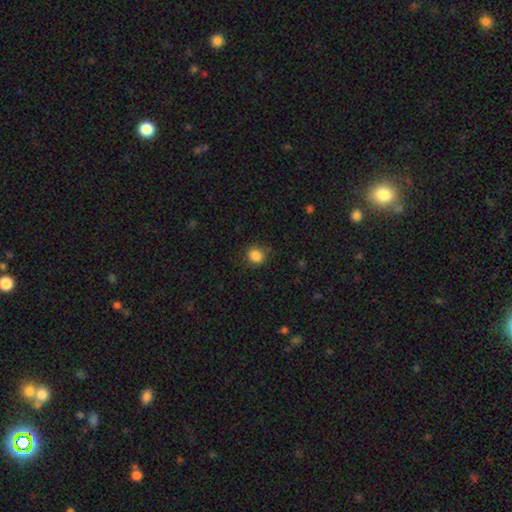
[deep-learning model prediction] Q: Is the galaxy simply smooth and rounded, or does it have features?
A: smooth — 86%.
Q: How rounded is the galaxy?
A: round — 80%.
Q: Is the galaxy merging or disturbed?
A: none — 81%.